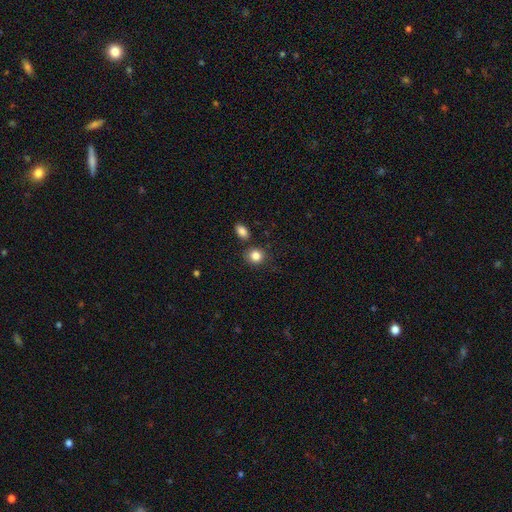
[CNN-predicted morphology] Overall: smooth (85%). How rounded: round (79%). Merging: none (78%).